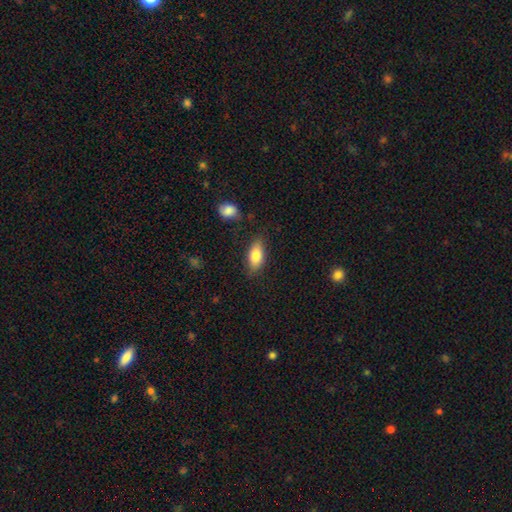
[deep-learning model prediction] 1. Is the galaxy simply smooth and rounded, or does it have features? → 82% smooth, 11% featured or disk, 7% star or artifact.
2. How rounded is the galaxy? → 86% in between, 11% cigar-shaped, 3% round.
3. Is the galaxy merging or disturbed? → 79% none, 15% minor disturbance, 4% major disturbance, 3% merger.